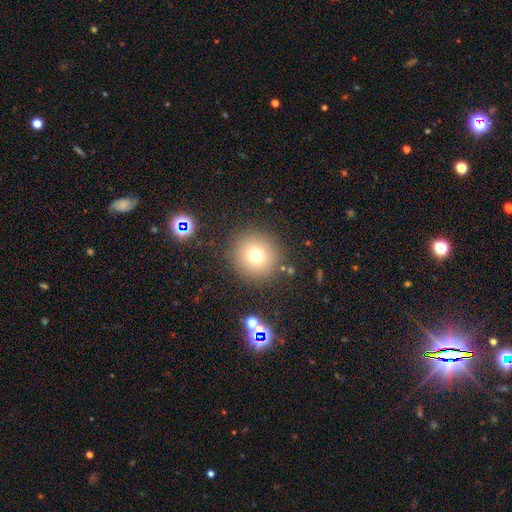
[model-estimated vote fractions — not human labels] Smooth or featured? smooth (73%)
How rounded? round (95%)
Merging? none (87%)